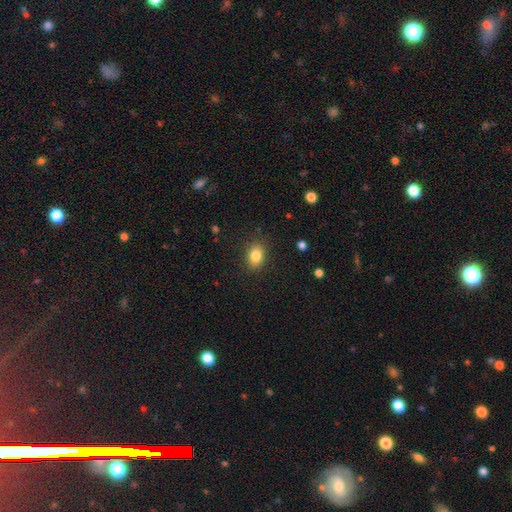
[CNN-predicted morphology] Overall: smooth (84%). How rounded: in between (67%; round 32%). Merging: none (86%).